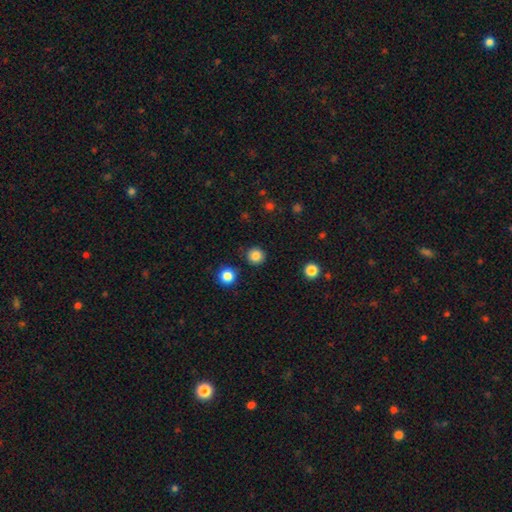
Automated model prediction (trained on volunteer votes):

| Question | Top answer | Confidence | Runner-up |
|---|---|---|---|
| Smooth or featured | smooth | 84% | star or artifact (12%) |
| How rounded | round | 94% | in between (5%) |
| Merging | none | 90% | minor disturbance (6%) |